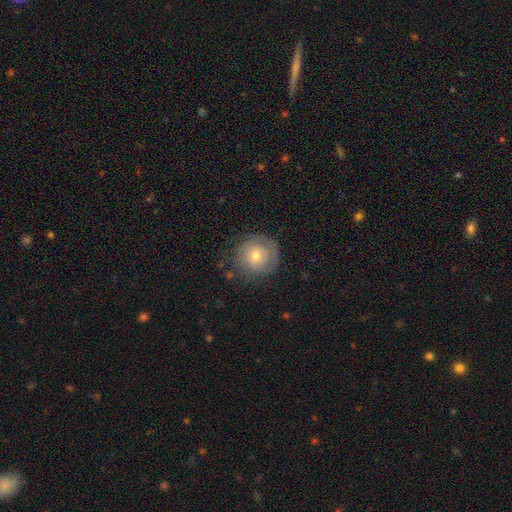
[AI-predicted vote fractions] smooth 61%, featured or disk 31%, star or artifact 8%. Down the decision tree: how rounded — round (92%); merging — none (74%).